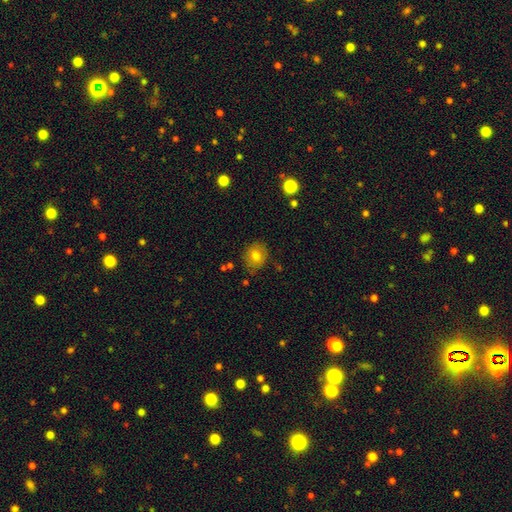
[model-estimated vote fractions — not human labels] This appears to be a smooth galaxy with no disk features (76%) that is round (67%). Merging: none (79%).